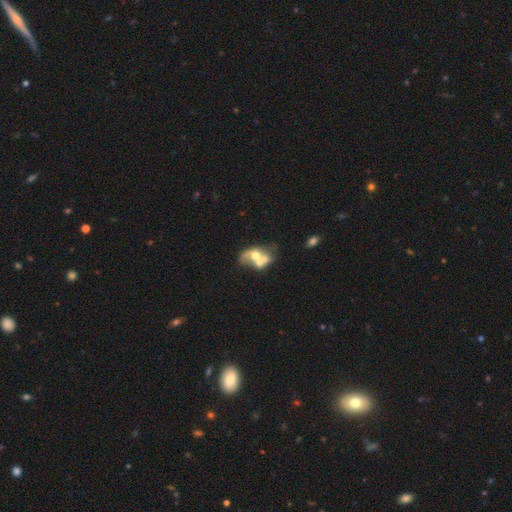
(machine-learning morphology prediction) This is possibly a featured or disk galaxy (52%). It is clearly not viewed edge-on (96%). Merging: likely merger (62%).